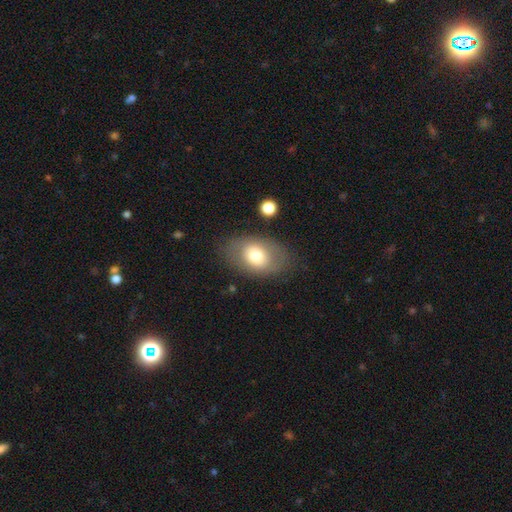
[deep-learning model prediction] A smooth galaxy with no disk features (68%) that is in between round and cigar-shaped (82%). Merging: none (77%).